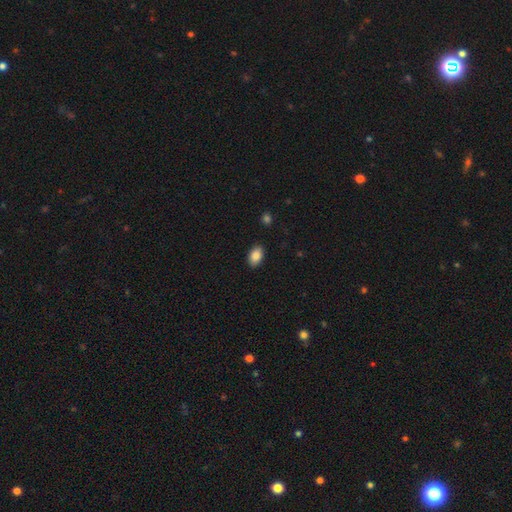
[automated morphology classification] A smooth galaxy with no disk features (86%) that is in between round and cigar-shaped (90%).

Vote fractions:
- Smooth or featured? smooth: 86% / star or artifact: 8% / featured or disk: 7%
- How rounded? in between: 90% / round: 8% / cigar-shaped: 1%
- Merging? none: 89% / minor disturbance: 8% / major disturbance: 2% / merger: 1%